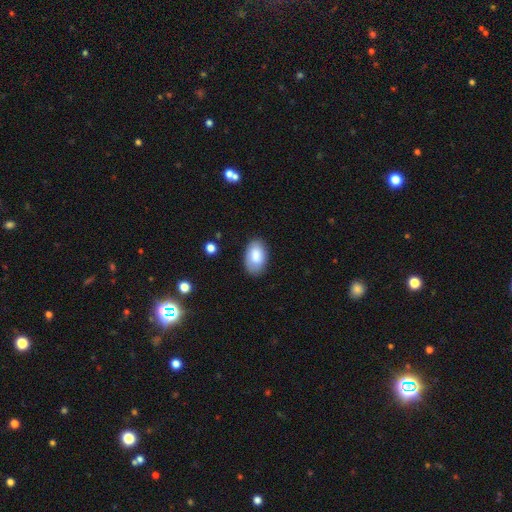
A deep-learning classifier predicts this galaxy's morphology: Smooth or featured?
  - smooth: 83% *
  - featured or disk: 10%
  - star or artifact: 6%
How rounded?
  - in between: 94% *
  - round: 5%
  - cigar-shaped: 1%
Merging?
  - none: 82% *
  - minor disturbance: 13%
  - major disturbance: 3%
  - merger: 1%